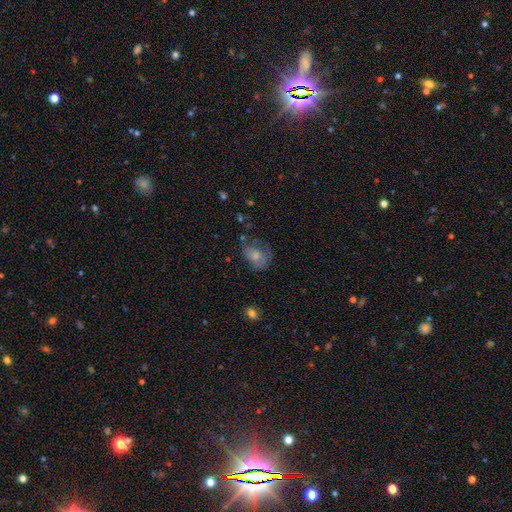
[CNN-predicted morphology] Smooth or featured?
  - smooth: 66% *
  - featured or disk: 25%
  - star or artifact: 9%
How rounded?
  - in between: 68% *
  - round: 31%
  - cigar-shaped: 1%
Merging?
  - none: 40% *
  - minor disturbance: 31%
  - major disturbance: 26%
  - merger: 3%